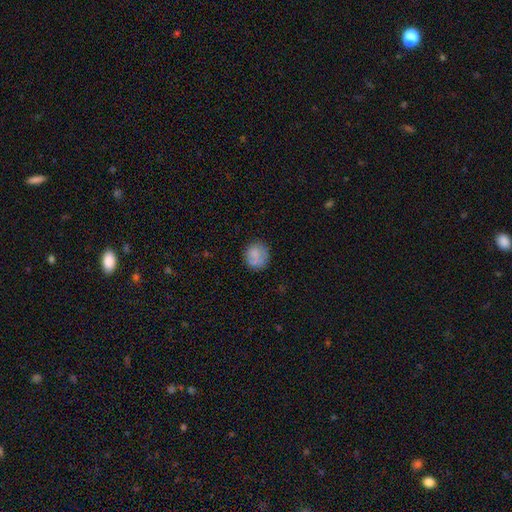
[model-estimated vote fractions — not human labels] Smooth or featured? smooth (75%)
How rounded? round (85%)
Merging? none (70%)